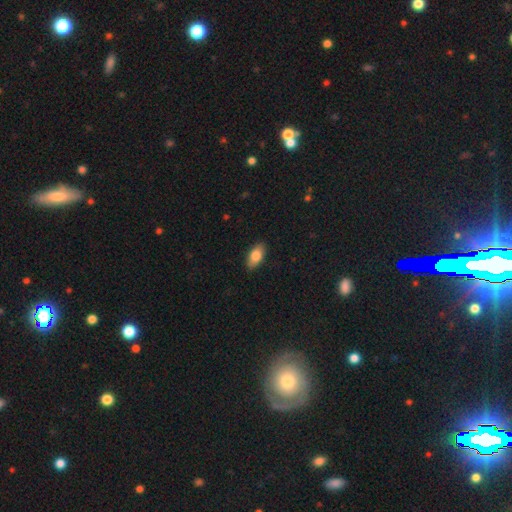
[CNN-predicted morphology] Smooth or featured? Predicted: smooth (p=0.83). How rounded? Predicted: in between (p=0.90). Merging? Predicted: none (p=0.88).